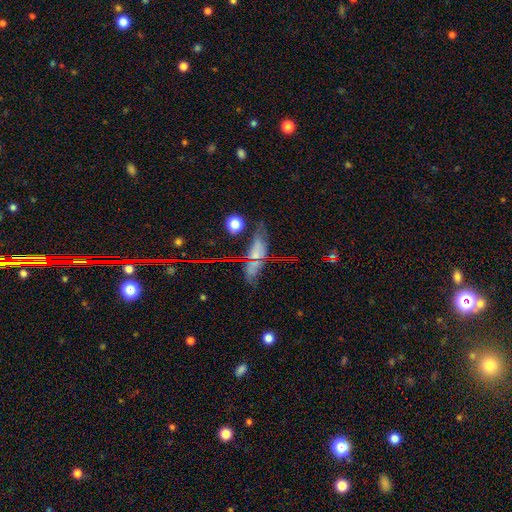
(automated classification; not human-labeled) A smooth galaxy with no disk features (46%).

Vote fractions:
- Smooth or featured? smooth: 46% / featured or disk: 28% / star or artifact: 26%
- Merging? none: 73% / minor disturbance: 17% / major disturbance: 6% / merger: 4%